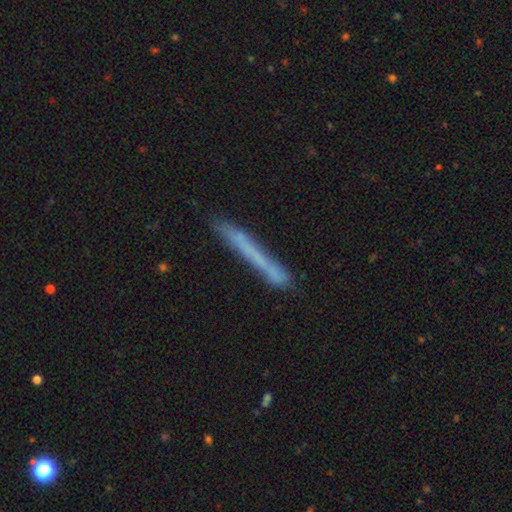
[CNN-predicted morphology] Smooth or featured?
  - smooth: 57% *
  - featured or disk: 34%
  - star or artifact: 9%
How rounded?
  - cigar-shaped: 97% *
  - in between: 2%
  - round: 1%
Merging?
  - none: 83% *
  - minor disturbance: 12%
  - major disturbance: 3%
  - merger: 2%